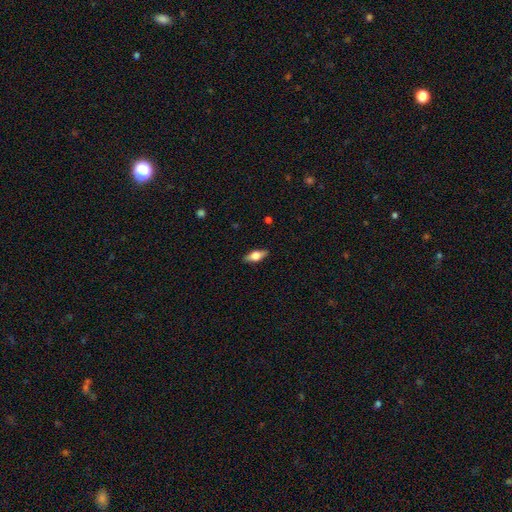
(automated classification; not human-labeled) A smooth galaxy with no disk features (48%).

Vote fractions:
- Smooth or featured? smooth: 48% / featured or disk: 45% / star or artifact: 7%
- Merging? none: 88% / minor disturbance: 9% / major disturbance: 2% / merger: 1%